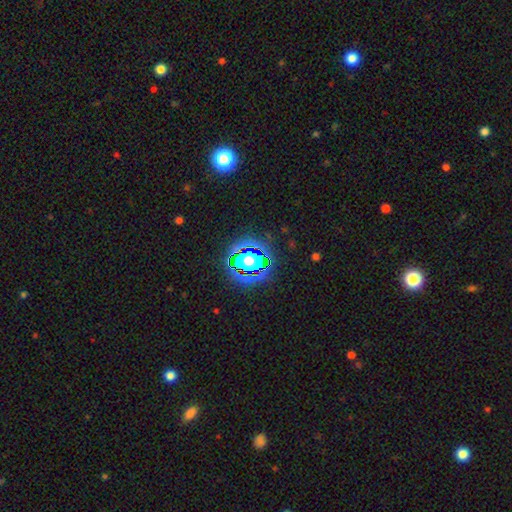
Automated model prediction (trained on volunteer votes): Overall: star or artifact (71%).